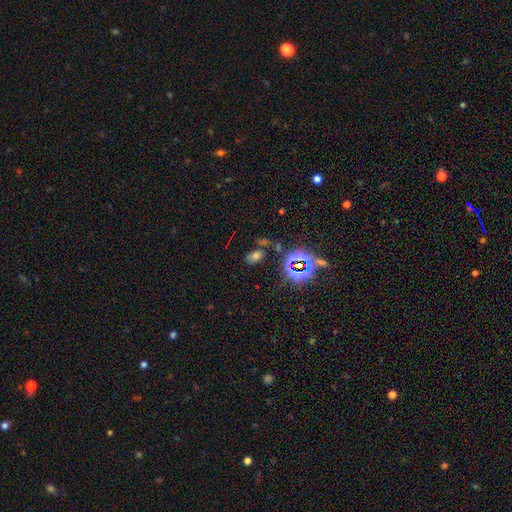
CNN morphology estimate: type=smooth (52%); roundness=in between (86%); merging=none (70%).